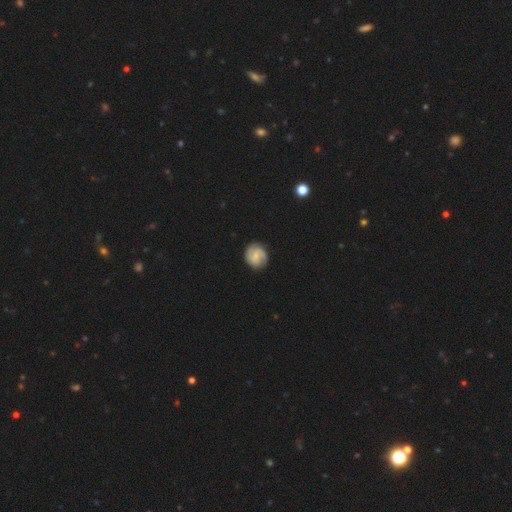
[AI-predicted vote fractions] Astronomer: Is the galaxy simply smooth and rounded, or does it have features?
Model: featured or disk — 66%.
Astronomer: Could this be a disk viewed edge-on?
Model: no — 98%.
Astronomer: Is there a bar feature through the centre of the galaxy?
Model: weak — 52% (runner-up: no, 33%).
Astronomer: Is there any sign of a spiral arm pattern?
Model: yes — 93%.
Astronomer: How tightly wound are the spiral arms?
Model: medium — 44% (runner-up: tight, 32%).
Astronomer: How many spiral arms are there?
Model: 2 — 82%.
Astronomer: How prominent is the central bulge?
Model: small — 52% (runner-up: none, 28%).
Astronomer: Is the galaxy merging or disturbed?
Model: none — 83%.